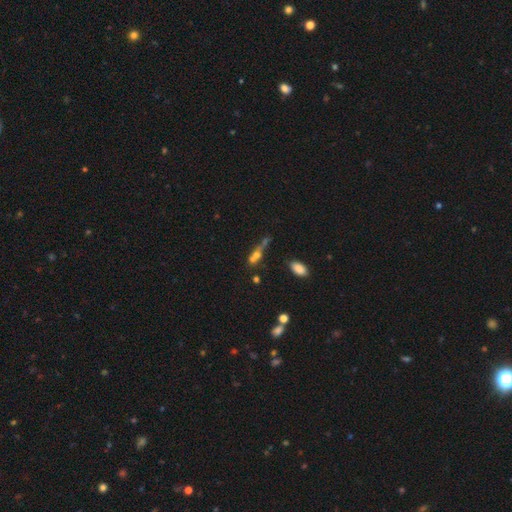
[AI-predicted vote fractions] This is possibly a smooth galaxy (51%). How rounded: marginally in between (44%). Merging: marginally merger (40%).